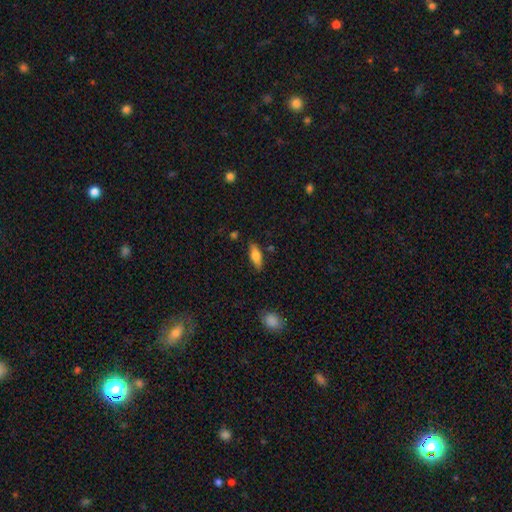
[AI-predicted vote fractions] This is likely a smooth galaxy (72%). How rounded: likely in between (69%). Merging: clearly none (83%).